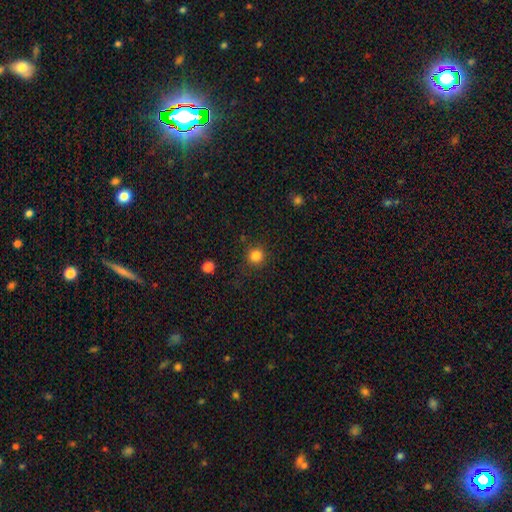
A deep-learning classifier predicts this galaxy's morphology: Smooth or featured: smooth — 84% (star or artifact — 12%)
How rounded: round — 93% (in between — 6%)
Merging: none — 88% (minor disturbance — 8%)